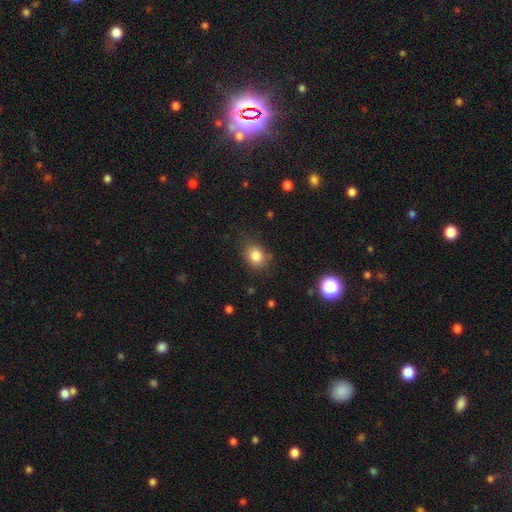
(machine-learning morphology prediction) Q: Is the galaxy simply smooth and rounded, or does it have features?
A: smooth — 83%.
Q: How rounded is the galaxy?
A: round — 55%.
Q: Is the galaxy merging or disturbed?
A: none — 78%.